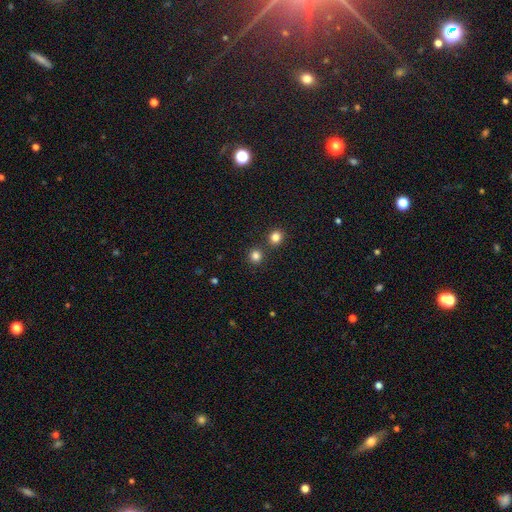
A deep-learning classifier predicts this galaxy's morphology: smooth_or_featured: smooth (p=0.82) [alt: star or artifact p=0.13]
how_rounded: round (p=0.91) [alt: in between p=0.08]
merging: none (p=0.79) [alt: merger p=0.13]